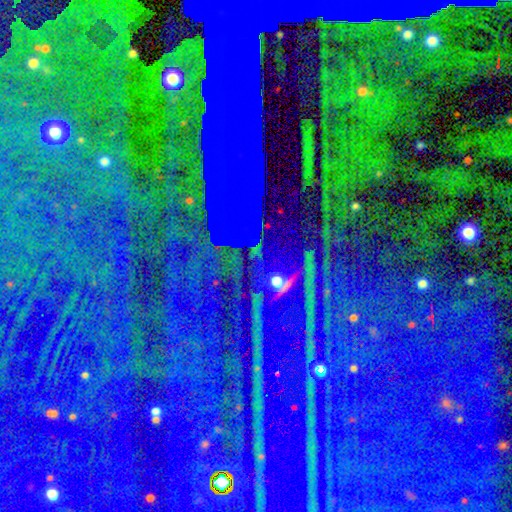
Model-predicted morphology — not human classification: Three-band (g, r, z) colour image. It shows a star or artifact, not a galaxy (76%).